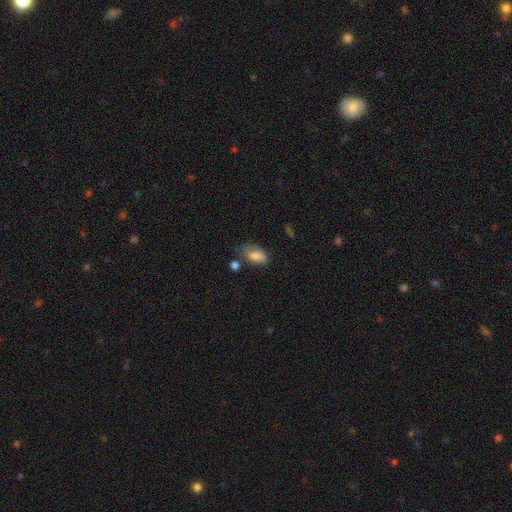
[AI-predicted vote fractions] smooth 79%, featured or disk 13%, star or artifact 8%. Down the decision tree: how rounded — in between (91%); merging — none (50%).